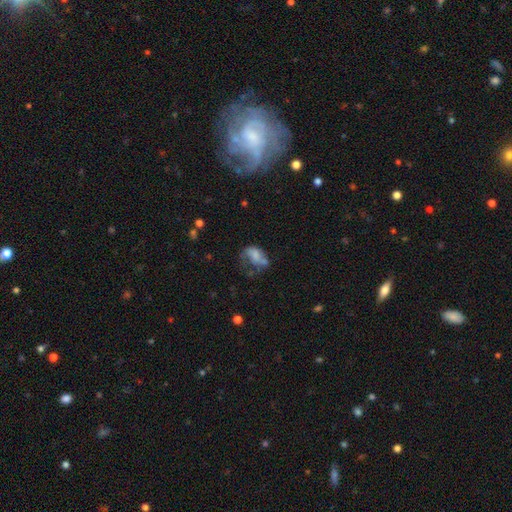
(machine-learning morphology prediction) The model was most divided on "smooth or featured": smooth: 48%, featured or disk: 40%, star or artifact: 11%. Remaining: merging — major disturbance (39%).